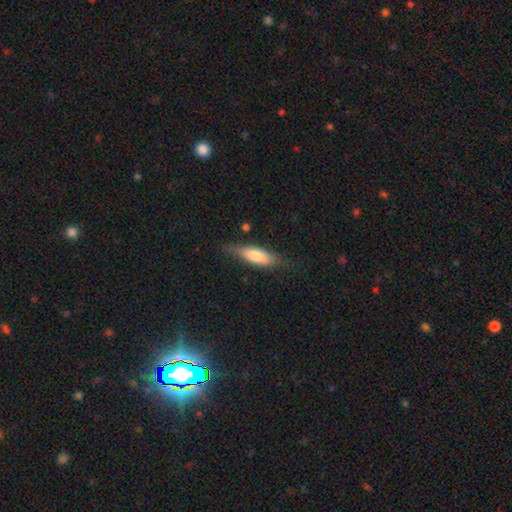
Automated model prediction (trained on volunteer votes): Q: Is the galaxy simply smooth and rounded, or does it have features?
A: smooth — 70%.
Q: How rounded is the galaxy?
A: in between — 50%.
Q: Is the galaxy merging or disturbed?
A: none — 68%.